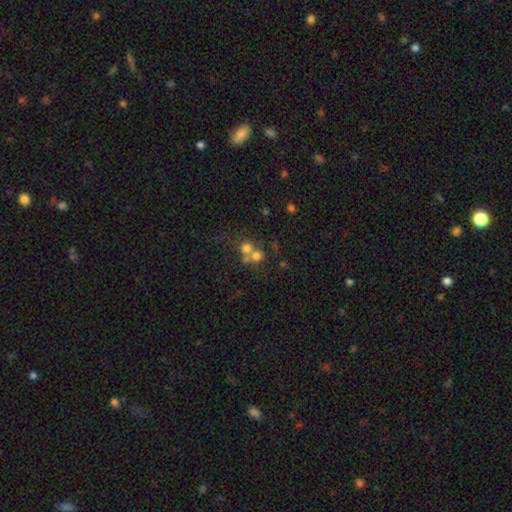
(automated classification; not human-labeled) A smooth galaxy with no disk features (53%) that is round (84%). Merging: merger (49%).